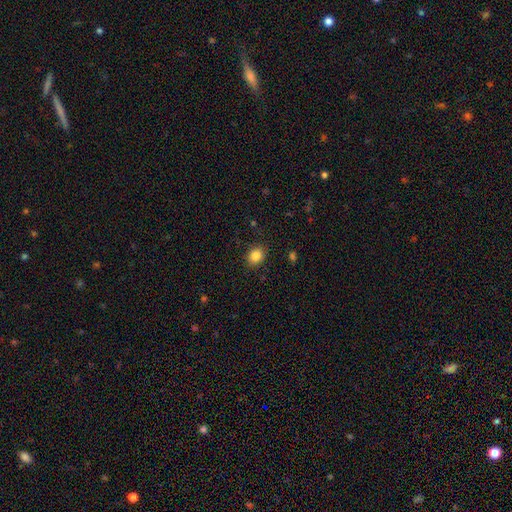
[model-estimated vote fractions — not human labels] smooth_or_featured: smooth (p=0.85) [alt: star or artifact p=0.10]
how_rounded: round (p=0.53) [alt: in between p=0.46]
merging: none (p=0.88) [alt: minor disturbance p=0.08]